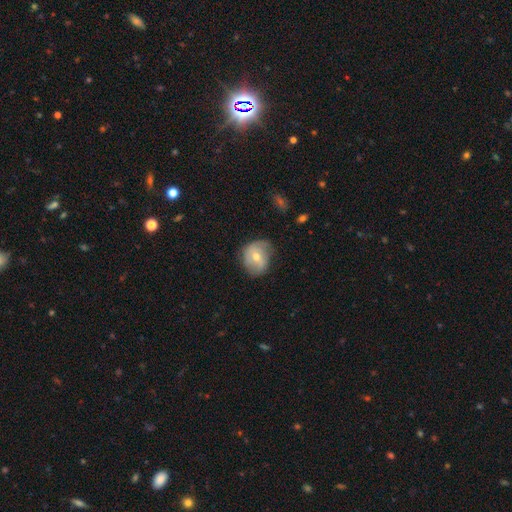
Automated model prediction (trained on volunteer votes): This is possibly a featured or disk galaxy (49%). Merging: possibly none (57%).